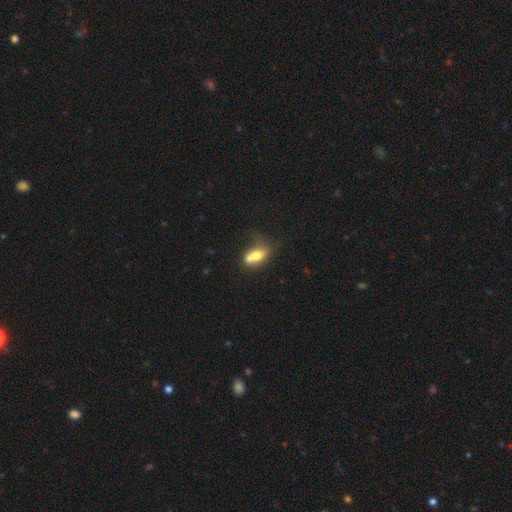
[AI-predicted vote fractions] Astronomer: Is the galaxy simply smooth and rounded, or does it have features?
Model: smooth — 65%.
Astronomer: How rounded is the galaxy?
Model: in between — 73%.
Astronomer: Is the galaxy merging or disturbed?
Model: merger — 53%.